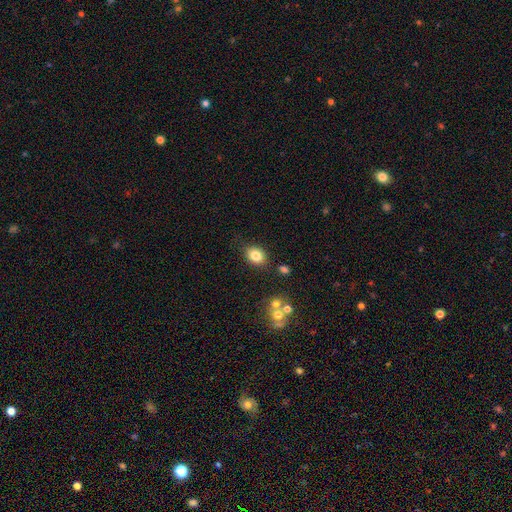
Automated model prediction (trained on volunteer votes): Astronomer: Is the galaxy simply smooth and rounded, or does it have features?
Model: smooth — 81%.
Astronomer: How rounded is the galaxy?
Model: in between — 62% (runner-up: round, 37%).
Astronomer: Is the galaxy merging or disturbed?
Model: none — 80%.